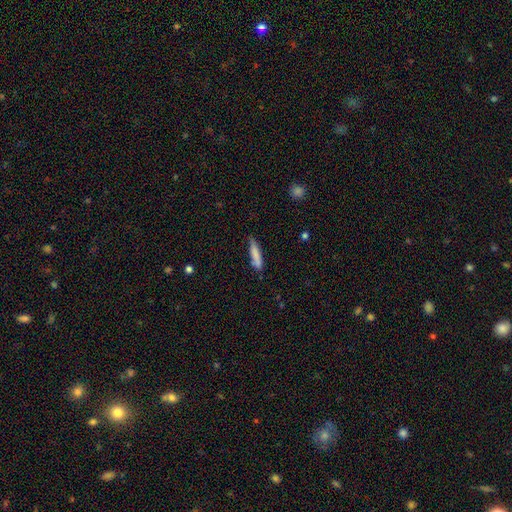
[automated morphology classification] A smooth galaxy with no disk features (80%) that is cigar-shaped (82%). Merging: none (66%).